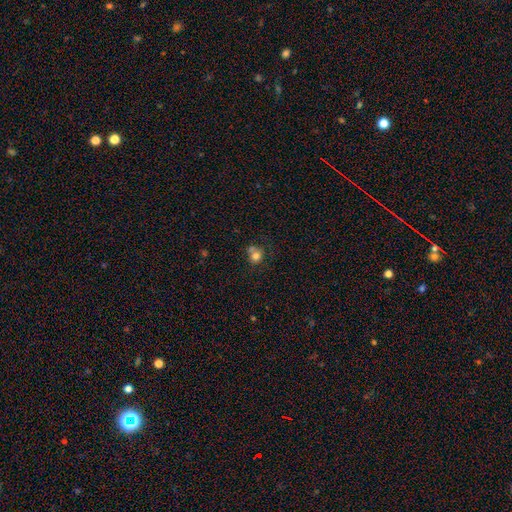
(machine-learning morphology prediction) Smooth or featured?
  - smooth: 78% *
  - star or artifact: 12%
  - featured or disk: 10%
How rounded?
  - round: 82% *
  - in between: 17%
  - cigar-shaped: 1%
Merging?
  - none: 52% *
  - merger: 24%
  - minor disturbance: 17%
  - major disturbance: 7%